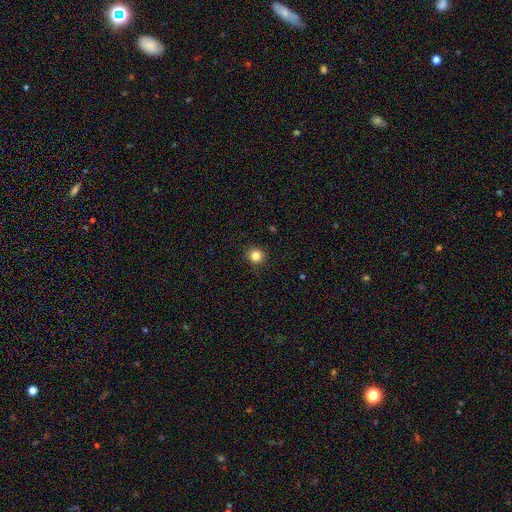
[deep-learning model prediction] This appears to be a smooth galaxy with no disk features (84%) that is round (93%). Merging: none (92%).